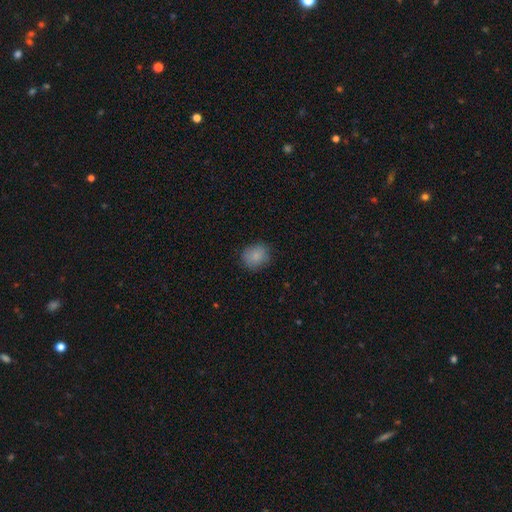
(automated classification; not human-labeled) Morphology: type=smooth (85%); roundness=round (74%); merging=none (82%).